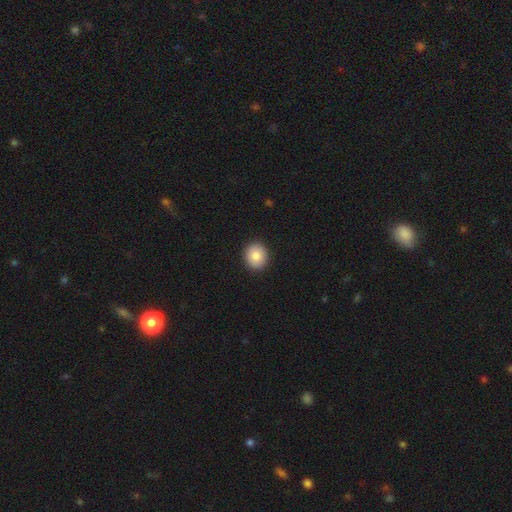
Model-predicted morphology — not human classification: smooth 86%, star or artifact 8%, featured or disk 6%. Down the decision tree: how rounded — round (72%); merging — none (92%).